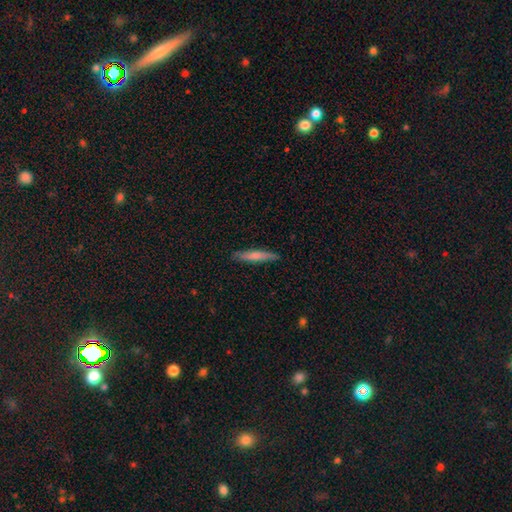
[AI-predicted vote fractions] Q: Smooth or featured?
A: smooth (67%); runner-up: featured or disk (27%)
Q: How rounded?
A: cigar-shaped (92%); runner-up: in between (6%)
Q: Merging?
A: none (87%); runner-up: minor disturbance (10%)